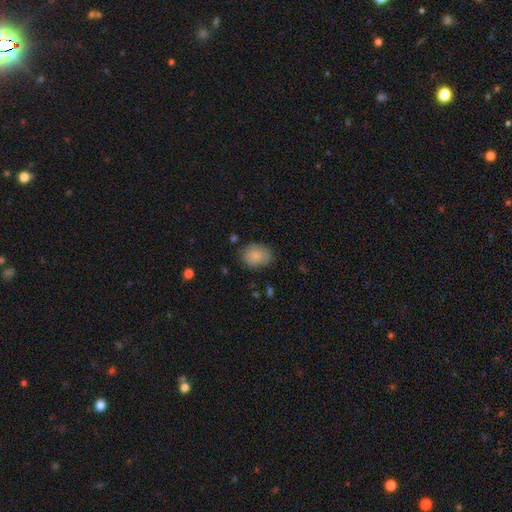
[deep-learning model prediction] A smooth galaxy with no disk features (82%) that is in between round and cigar-shaped (57%).

Vote fractions:
- Smooth or featured? smooth: 82% / featured or disk: 10% / star or artifact: 8%
- How rounded? in between: 57% / round: 42% / cigar-shaped: 1%
- Merging? none: 74% / minor disturbance: 19% / major disturbance: 5% / merger: 2%